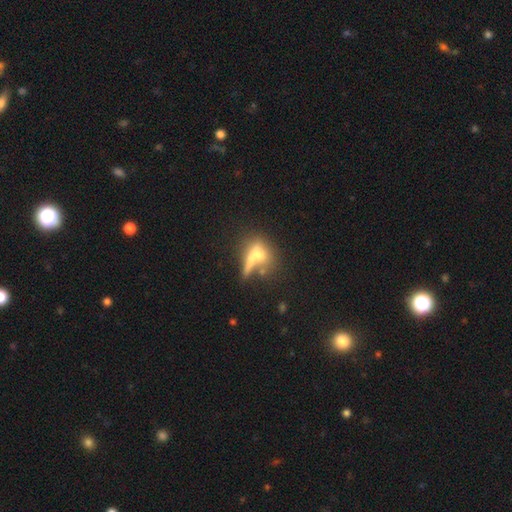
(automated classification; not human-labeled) Q: Smooth or featured?
A: smooth (57%); runner-up: featured or disk (31%)
Q: How rounded?
A: in between (47%); runner-up: round (30%)
Q: Merging?
A: none (36%); runner-up: merger (35%)